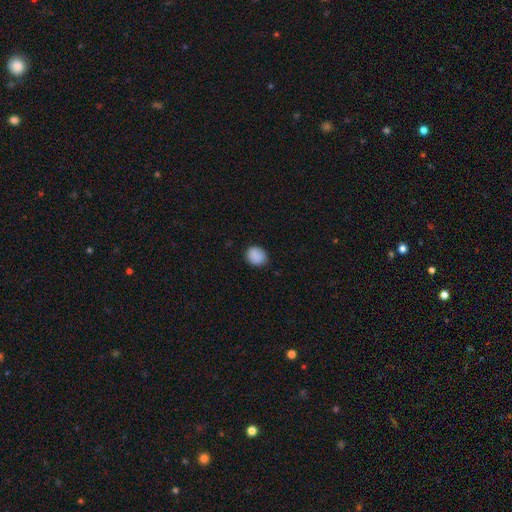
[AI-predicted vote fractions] Morphology: type=smooth (89%); roundness=round (66%); merging=none (86%).